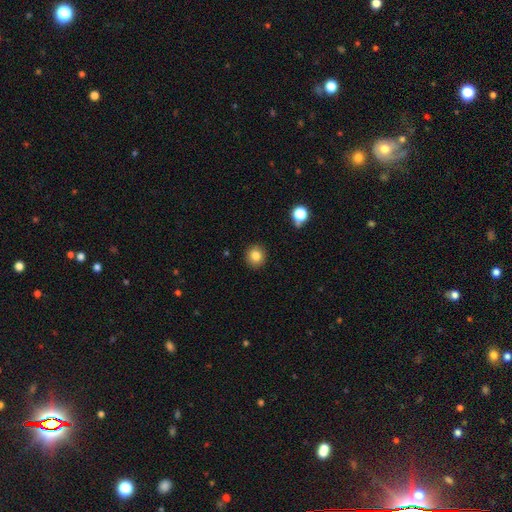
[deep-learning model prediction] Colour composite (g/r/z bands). It shows a smooth galaxy with no disk features (83%) that is round (89%). Merging: none (90%).